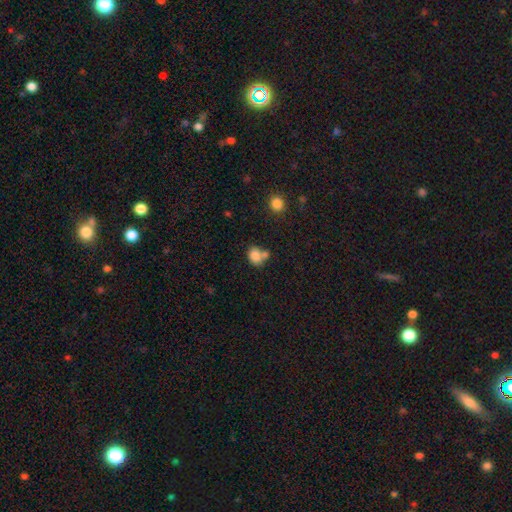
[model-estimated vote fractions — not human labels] Smooth or featured?
  - smooth: 80% *
  - featured or disk: 10%
  - star or artifact: 10%
How rounded?
  - in between: 53% *
  - round: 46%
  - cigar-shaped: 1%
Merging?
  - none: 44% *
  - merger: 36%
  - minor disturbance: 14%
  - major disturbance: 5%